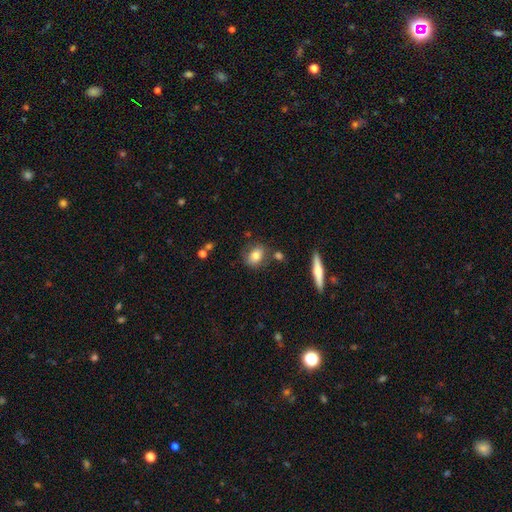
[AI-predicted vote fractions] Morphology: type=smooth (78%); roundness=in between (65%); merging=none (75%).